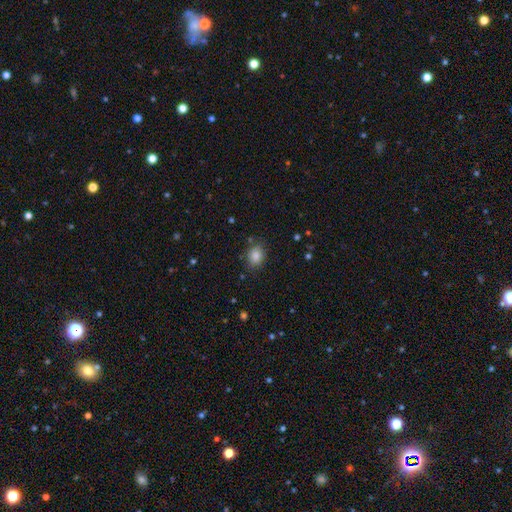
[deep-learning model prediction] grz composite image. It shows a smooth galaxy with no disk features (84%) that is round (50%). Merging: none (81%).